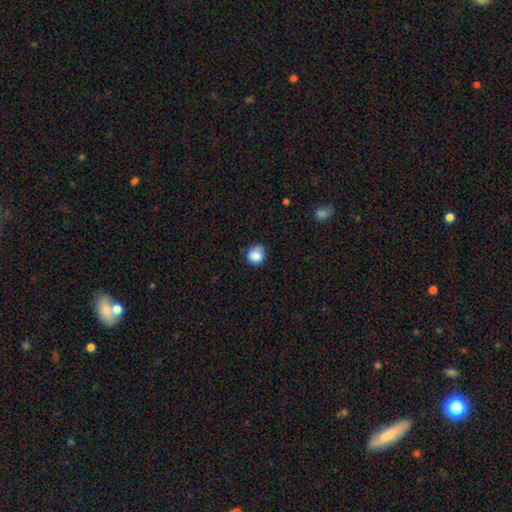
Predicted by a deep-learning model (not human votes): smooth-or-featured: smooth: 84% | star or artifact: 9% | featured or disk: 7%
  how-rounded: round: 80% | in between: 19% | cigar-shaped: 1%
  merging: none: 63% | minor disturbance: 29% | major disturbance: 6% | merger: 2%